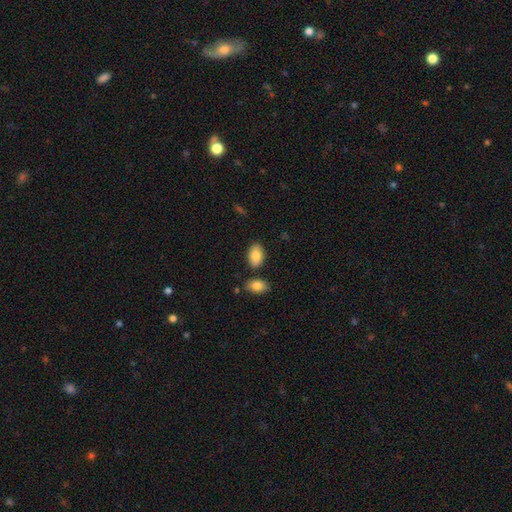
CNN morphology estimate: Smooth or featured? smooth (85%)
How rounded? in between (92%)
Merging? none (81%)